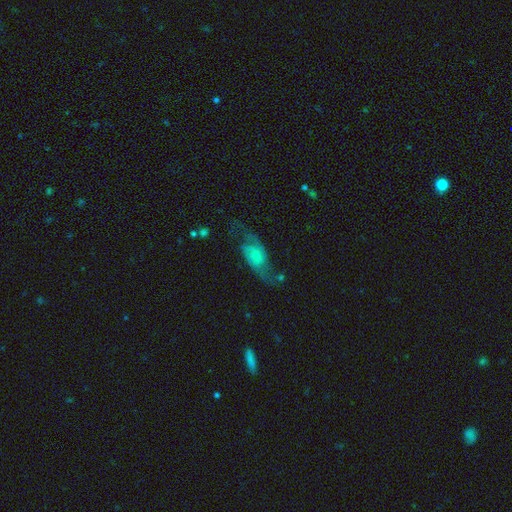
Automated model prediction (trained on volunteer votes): Smooth or featured? featured or disk (73%)
Edge-on disk? no (95%)
Bar? no (61%)
Spiral arms? yes (91%)
Spiral winding? loose (63%)
Spiral arm count? 2 (89%)
Bulge size? small (56%)
Merging? none (52%)